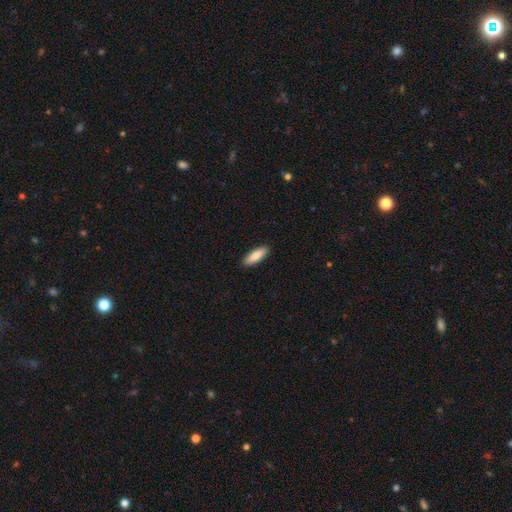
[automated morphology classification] A smooth galaxy with no disk features (82%) that is in between round and cigar-shaped (57%). Merging: none (91%).